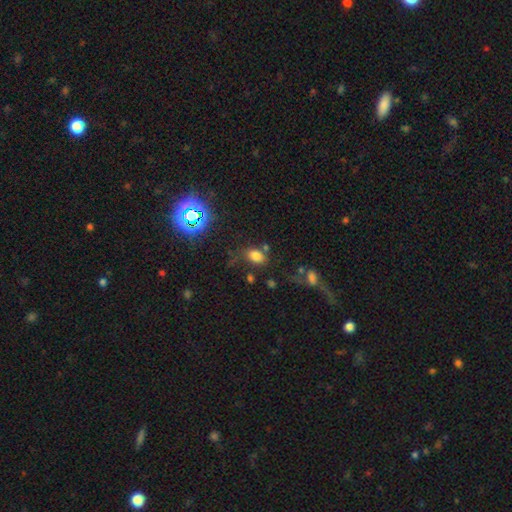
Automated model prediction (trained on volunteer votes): Smooth or featured: smooth — 72% (star or artifact — 19%)
How rounded: in between — 80% (round — 18%)
Merging: none — 63% (minor disturbance — 17%)